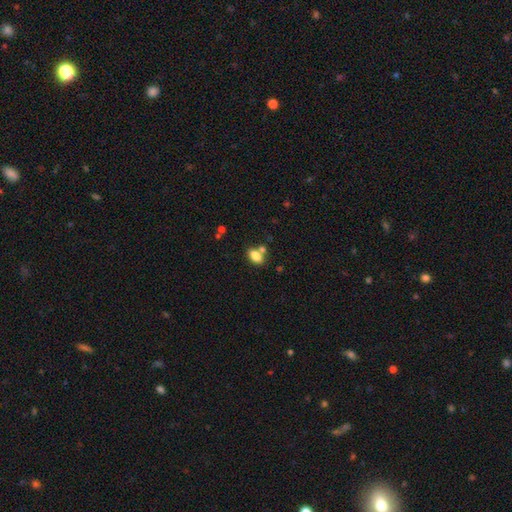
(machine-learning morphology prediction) smooth_or_featured: smooth (p=0.82) [alt: star or artifact p=0.09]
how_rounded: in between (p=0.89) [alt: round p=0.08]
merging: none (p=0.60) [alt: merger p=0.25]